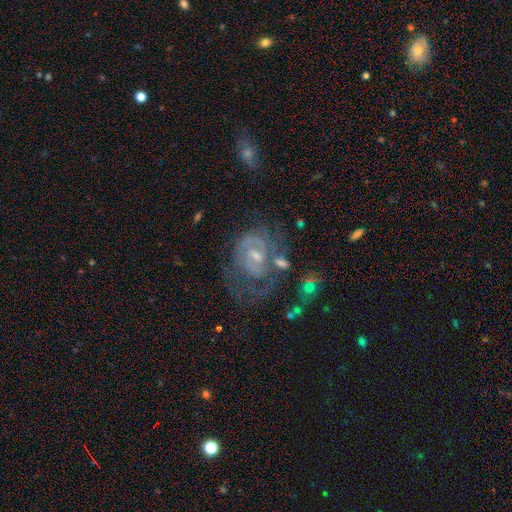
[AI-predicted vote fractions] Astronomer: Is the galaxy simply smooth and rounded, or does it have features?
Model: featured or disk — 79%.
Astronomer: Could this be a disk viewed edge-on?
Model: no — 97%.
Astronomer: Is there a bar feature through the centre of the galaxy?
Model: weak — 47% (runner-up: no, 41%).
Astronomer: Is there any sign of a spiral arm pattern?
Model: yes — 83%.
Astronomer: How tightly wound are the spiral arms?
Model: tight — 52% (runner-up: medium, 35%).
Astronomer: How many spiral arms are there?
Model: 2 — 41% (runner-up: can't tell, 35%).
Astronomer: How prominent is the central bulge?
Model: small — 52% (runner-up: moderate, 40%).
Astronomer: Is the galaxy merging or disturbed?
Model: none — 42% (runner-up: major disturbance, 26%).